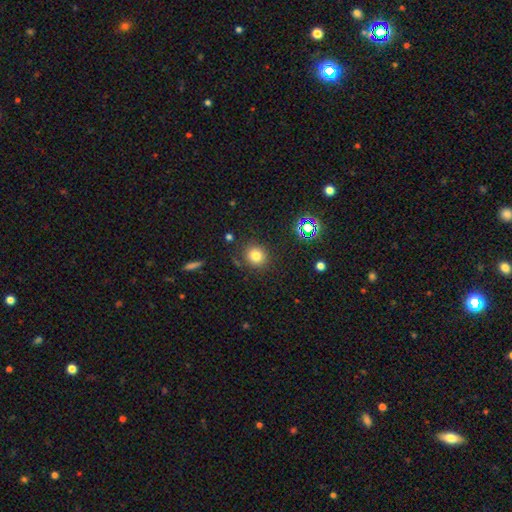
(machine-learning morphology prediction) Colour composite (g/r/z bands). It shows a smooth galaxy with no disk features (78%) that is round (84%). Merging: none (85%).